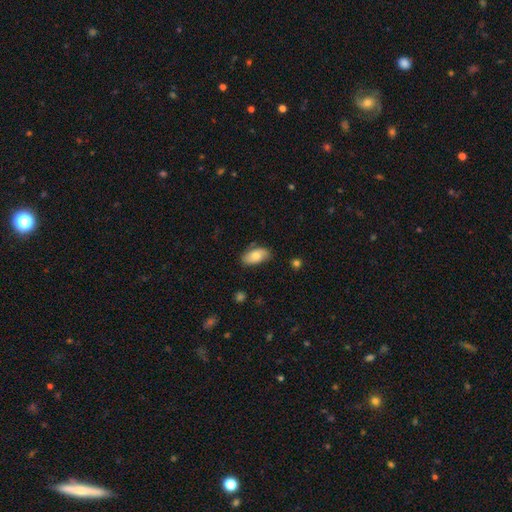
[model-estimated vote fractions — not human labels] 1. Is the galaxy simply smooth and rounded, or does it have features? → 78% smooth, 15% featured or disk, 7% star or artifact.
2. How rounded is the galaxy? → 93% in between, 3% round, 3% cigar-shaped.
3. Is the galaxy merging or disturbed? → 77% none, 18% minor disturbance, 3% major disturbance, 2% merger.